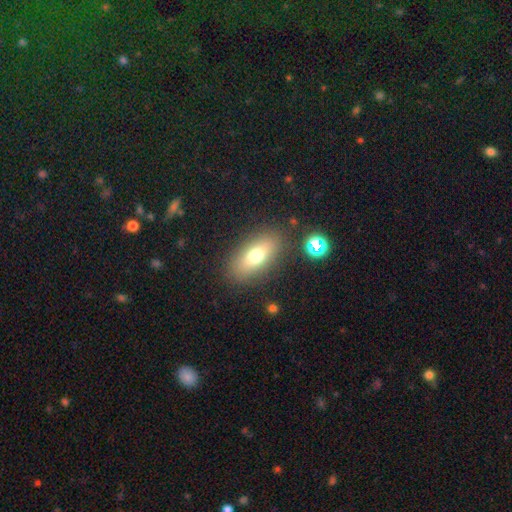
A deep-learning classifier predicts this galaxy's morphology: Smooth or featured? smooth (70%)
How rounded? in between (81%)
Merging? none (84%)